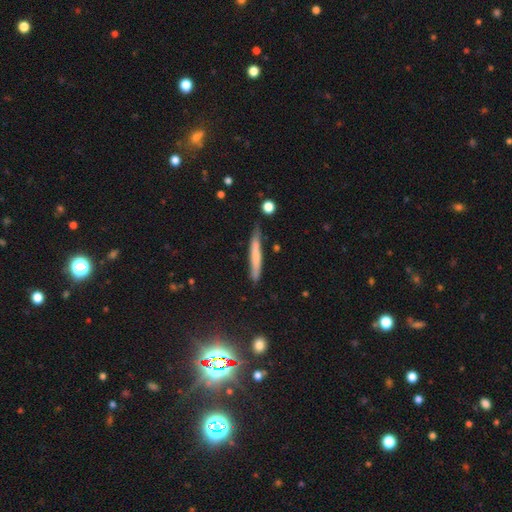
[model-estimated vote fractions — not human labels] This is likely a smooth galaxy (64%). How rounded: clearly cigar-shaped (95%). Merging: likely none (75%).